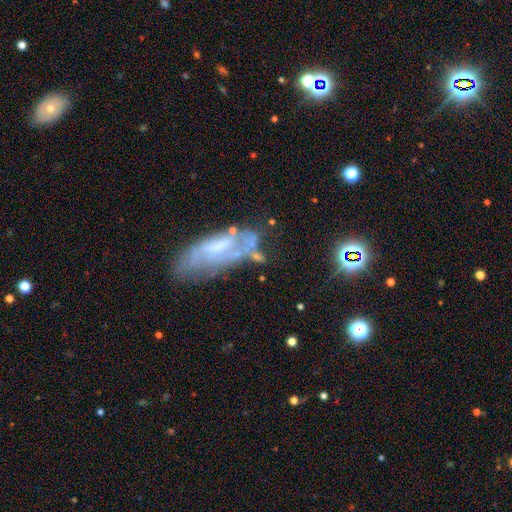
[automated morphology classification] Smooth or featured? featured or disk (61%)
Edge-on disk? no (85%)
Bar? no (43%)
Spiral arms? no (51%)
Bulge size? none (32%, tied with moderate)
Merging? none (41%)